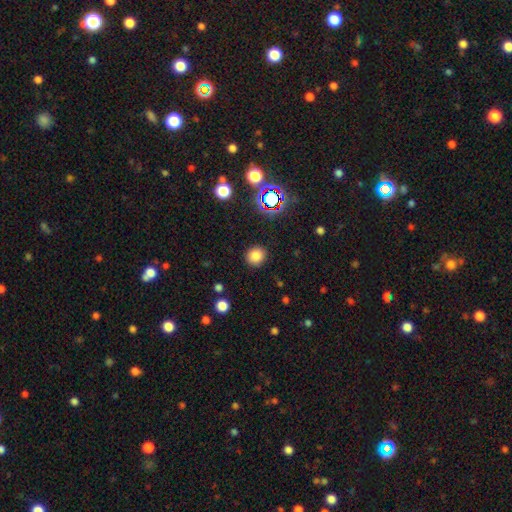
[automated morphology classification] Smooth or featured? Predicted: smooth (p=0.80). How rounded? Predicted: round (p=0.85). Merging? Predicted: none (p=0.89).